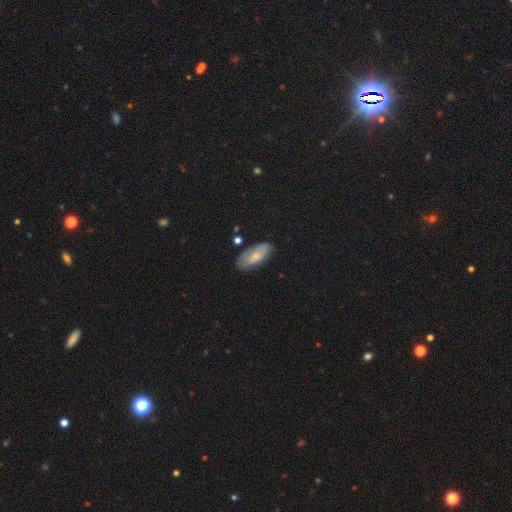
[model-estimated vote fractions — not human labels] A smooth galaxy with no disk features (72%) that is in between round and cigar-shaped (85%). Merging: none (74%).